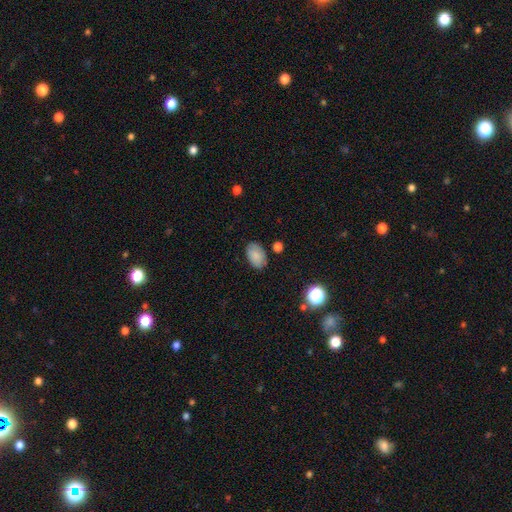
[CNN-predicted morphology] A smooth galaxy with no disk features (85%) that is in between round and cigar-shaped (90%). Merging: none (80%).